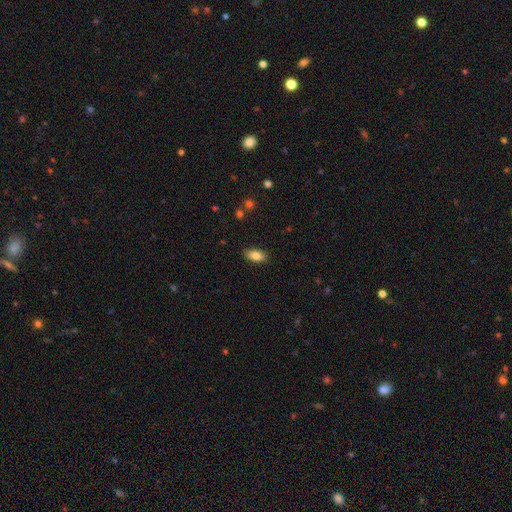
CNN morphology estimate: Smooth or featured?
  - smooth: 83% *
  - featured or disk: 9%
  - star or artifact: 8%
How rounded?
  - in between: 90% *
  - cigar-shaped: 6%
  - round: 4%
Merging?
  - none: 85% *
  - minor disturbance: 11%
  - major disturbance: 2%
  - merger: 1%